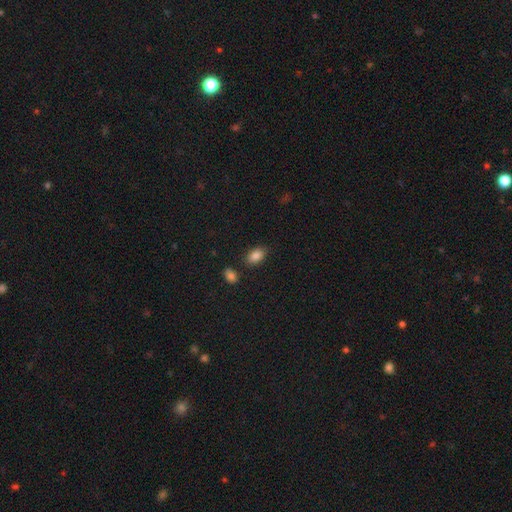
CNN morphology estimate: Smooth or featured? Predicted: smooth (p=0.86). How rounded? Predicted: in between (p=0.89). Merging? Predicted: none (p=0.80).